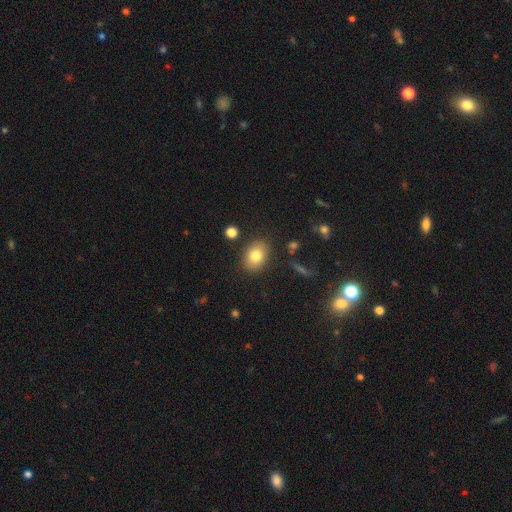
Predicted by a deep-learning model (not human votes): smooth-or-featured: smooth: 79% | featured or disk: 11% | star or artifact: 9%
  how-rounded: in between: 67% | round: 31% | cigar-shaped: 1%
  merging: none: 85% | minor disturbance: 10% | major disturbance: 3% | merger: 3%